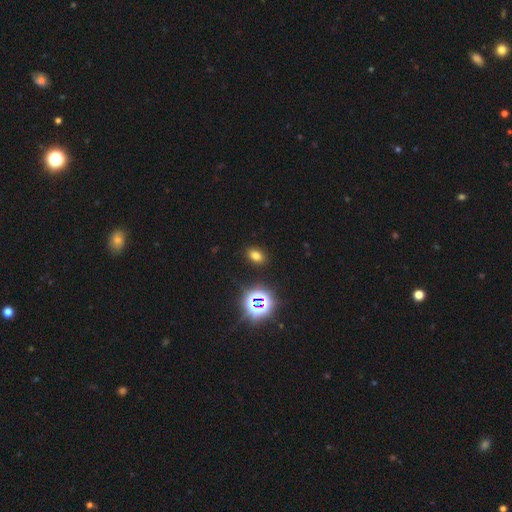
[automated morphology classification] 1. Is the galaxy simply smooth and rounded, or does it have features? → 70% smooth, 24% star or artifact, 7% featured or disk.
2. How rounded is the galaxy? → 79% in between, 19% round, 2% cigar-shaped.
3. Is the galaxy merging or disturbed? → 88% none, 8% minor disturbance, 3% major disturbance, 2% merger.